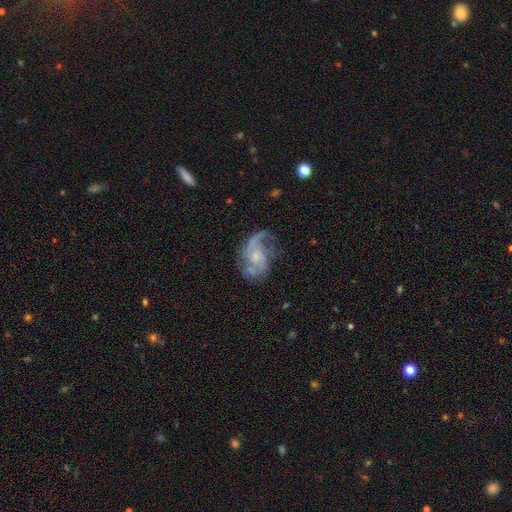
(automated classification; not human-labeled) A featured or disk galaxy (84%) with no bar (67%), 2 (71%) loose (46%) spiral arms (94%) and a small central bulge (64%).

Vote fractions:
- Smooth or featured? featured or disk: 84% / smooth: 10% / star or artifact: 7%
- Edge-on disk? no: 98% / yes: 2%
- Bar? no: 67% / weak: 28% / strong: 5%
- Spiral arms? yes: 94% / no: 6%
- Spiral winding? loose: 46% / medium: 42% / tight: 13%
- Spiral arm count? 2: 71% / 1: 9% / can't tell: 8% / 3: 7% / 4: 2% / more than 4: 2%
- Bulge size? small: 64% / moderate: 21% / none: 12% / large: 2% / dominant: 1%
- Merging? none: 53% / minor disturbance: 22% / major disturbance: 22% / merger: 3%